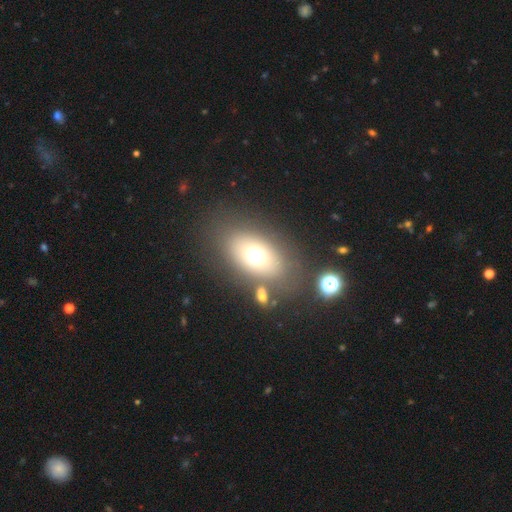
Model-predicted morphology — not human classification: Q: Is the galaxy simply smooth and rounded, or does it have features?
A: smooth — 66%.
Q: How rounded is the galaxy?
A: in between — 77%.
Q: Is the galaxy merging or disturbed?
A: none — 75%.